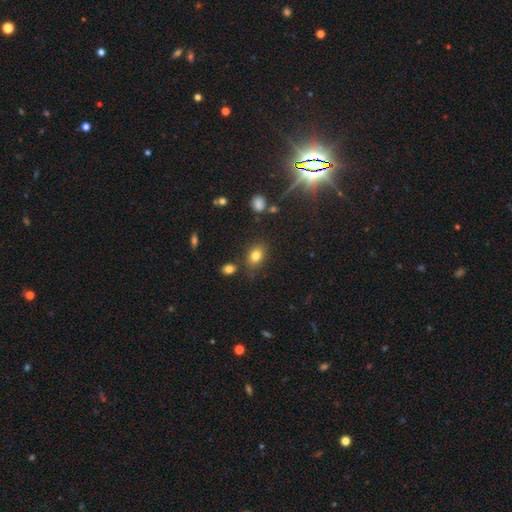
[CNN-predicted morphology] smooth_or_featured: smooth (p=0.81) [alt: star or artifact p=0.11]
how_rounded: in between (p=0.70) [alt: round p=0.28]
merging: none (p=0.78) [alt: minor disturbance p=0.13]